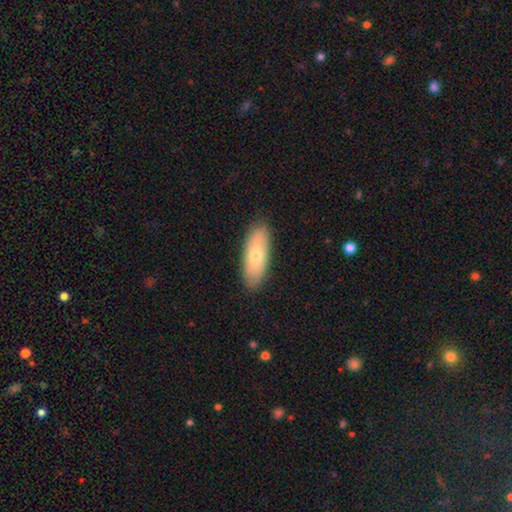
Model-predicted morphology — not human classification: A smooth galaxy with no disk features (69%) that is in between round and cigar-shaped (71%).

Vote fractions:
- Smooth or featured? smooth: 69% / featured or disk: 25% / star or artifact: 6%
- How rounded? in between: 71% / cigar-shaped: 26% / round: 2%
- Merging? none: 87% / minor disturbance: 10% / major disturbance: 2% / merger: 1%